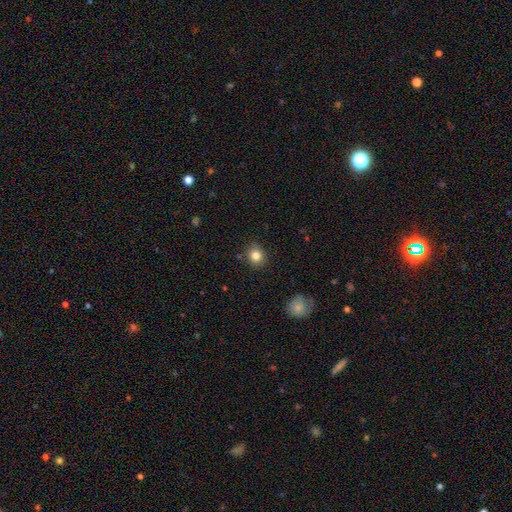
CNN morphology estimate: Smooth or featured: smooth — 82% (star or artifact — 11%)
How rounded: round — 77% (in between — 22%)
Merging: none — 88% (minor disturbance — 8%)